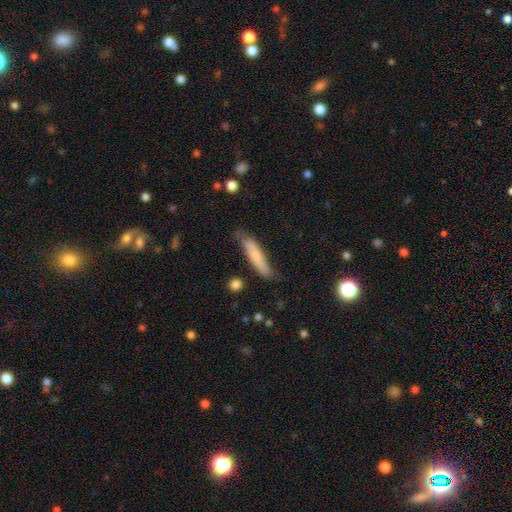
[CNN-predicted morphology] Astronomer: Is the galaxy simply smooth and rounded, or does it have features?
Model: smooth — 69%.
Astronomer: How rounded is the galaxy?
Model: cigar-shaped — 82%.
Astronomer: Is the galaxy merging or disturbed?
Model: none — 67%.